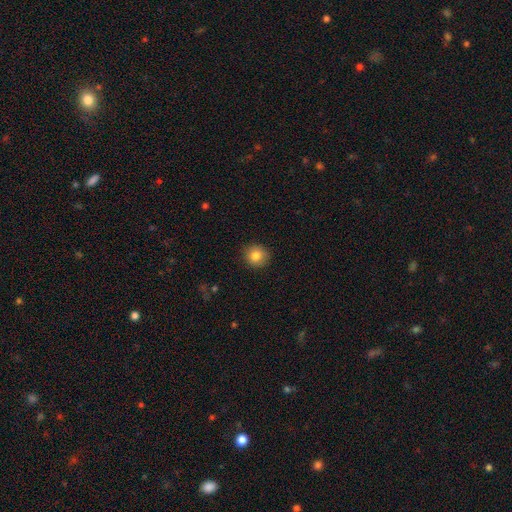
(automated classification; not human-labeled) Smooth or featured? Predicted: smooth (p=0.83). How rounded? Predicted: round (p=0.90). Merging? Predicted: none (p=0.90).